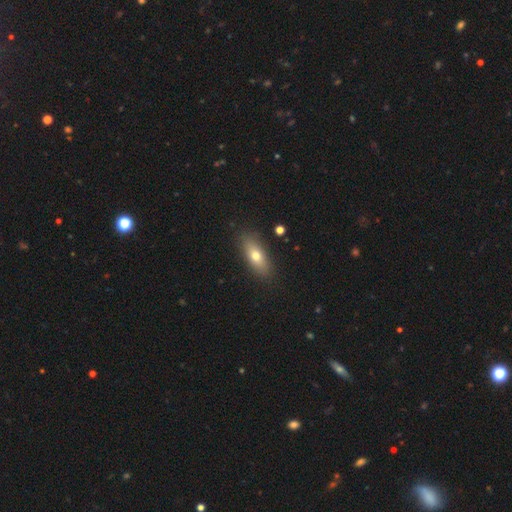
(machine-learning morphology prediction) smooth 68%, featured or disk 24%, star or artifact 8%. Down the decision tree: how rounded — in between (70%); merging — none (87%).